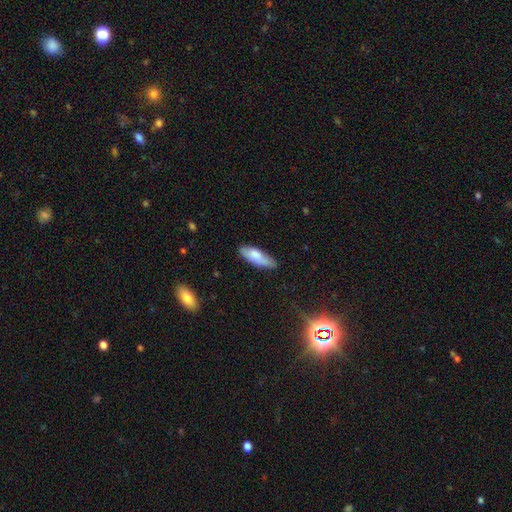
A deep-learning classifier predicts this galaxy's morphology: smooth 76%, featured or disk 18%, star or artifact 6%. Down the decision tree: how rounded — in between (59%); merging — none (72%).